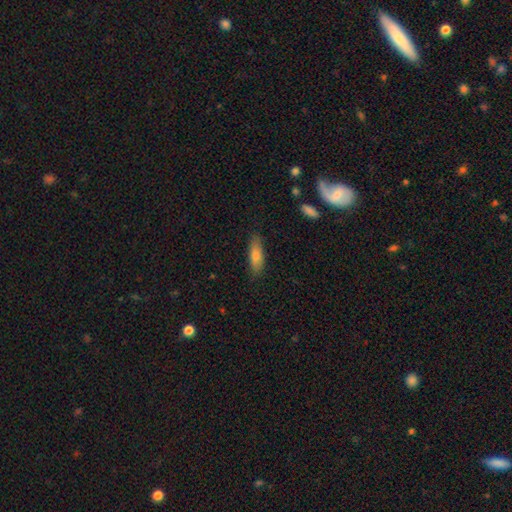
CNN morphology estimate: type=smooth (74%); roundness=in between (51%); merging=none (84%).